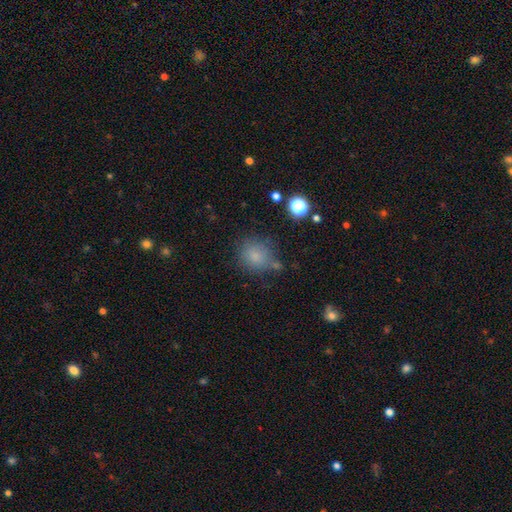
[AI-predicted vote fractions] Smooth or featured: smooth — 79% (star or artifact — 13%)
How rounded: round — 79% (in between — 20%)
Merging: none — 69% (minor disturbance — 18%)